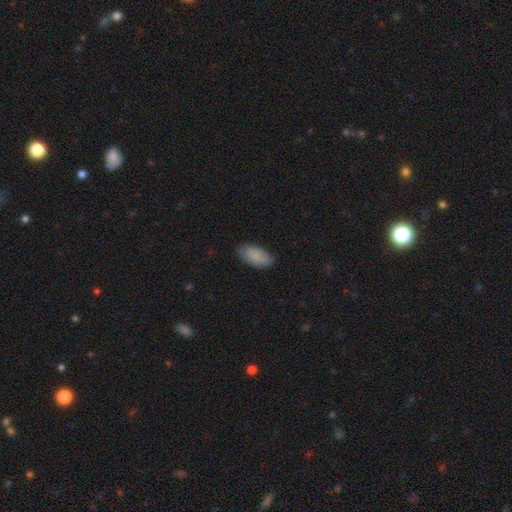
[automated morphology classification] The model was most divided on "merging": none: 82%, minor disturbance: 15%, major disturbance: 3%, merger: 1%. More confident: how rounded — in between (93%); smooth or featured — smooth (88%).